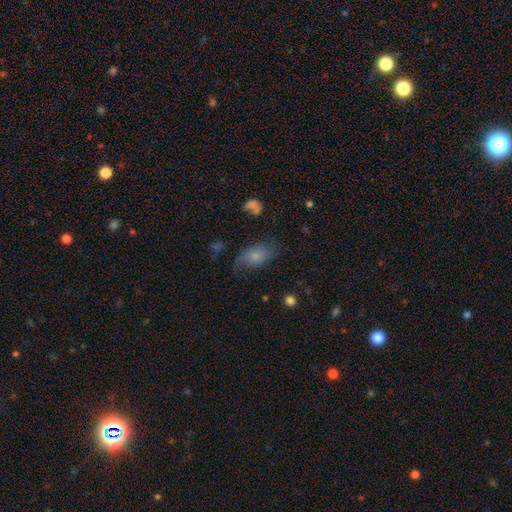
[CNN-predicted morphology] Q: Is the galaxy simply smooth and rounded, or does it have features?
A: smooth — 71%.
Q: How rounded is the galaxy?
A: in between — 90%.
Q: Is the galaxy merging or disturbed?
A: none — 59%.